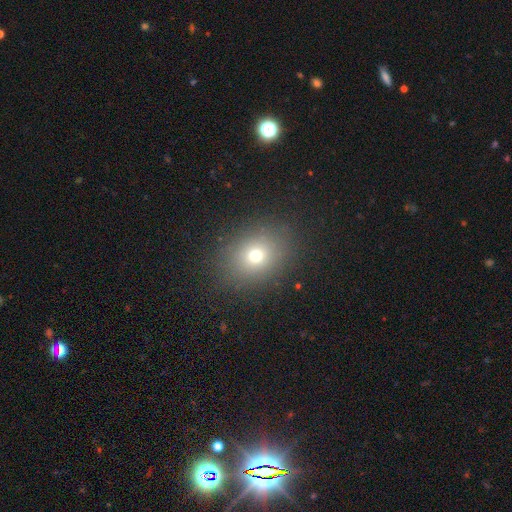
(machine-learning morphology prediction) A smooth galaxy with no disk features (70%) that is round (51%).

Vote fractions:
- Smooth or featured? smooth: 70% / star or artifact: 19% / featured or disk: 12%
- How rounded? round: 51% / in between: 48% / cigar-shaped: 1%
- Merging? none: 87% / minor disturbance: 8% / major disturbance: 3% / merger: 1%